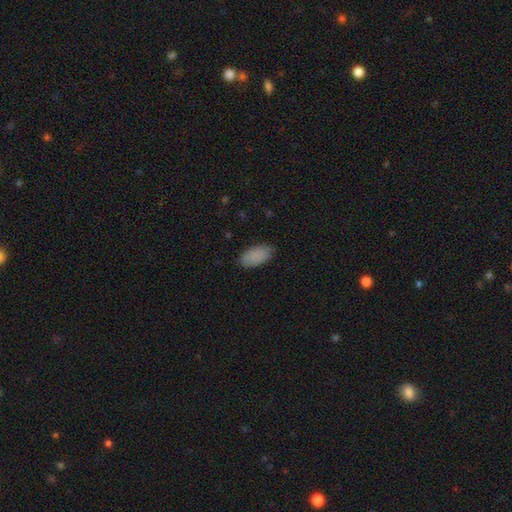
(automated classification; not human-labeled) A smooth galaxy with no disk features (88%) that is in between round and cigar-shaped (93%).

Vote fractions:
- Smooth or featured? smooth: 88% / star or artifact: 7% / featured or disk: 5%
- How rounded? in between: 93% / cigar-shaped: 4% / round: 3%
- Merging? none: 83% / minor disturbance: 14% / major disturbance: 3% / merger: 1%